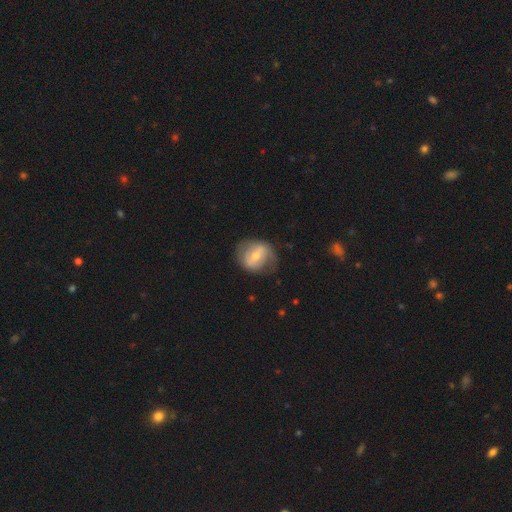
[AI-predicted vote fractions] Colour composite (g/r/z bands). It shows a featured or disk galaxy (58%) with a weak bar (42%), spiral arms (59%) and a moderate central bulge (55%). Merging: none (62%).